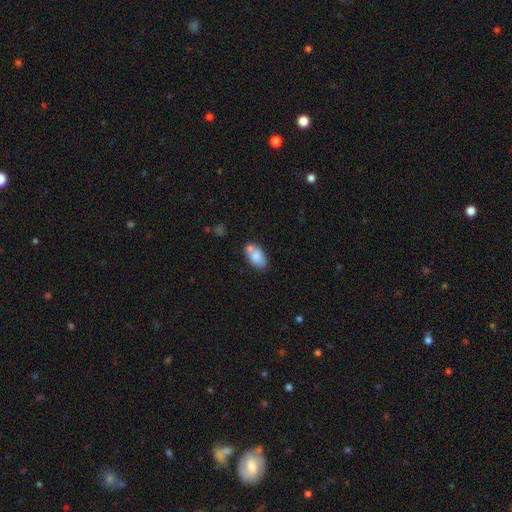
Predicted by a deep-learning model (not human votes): The model was most divided on "merging": none: 55%, merger: 24%, minor disturbance: 17%, major disturbance: 4%. More confident: how rounded — in between (92%); smooth or featured — smooth (77%).